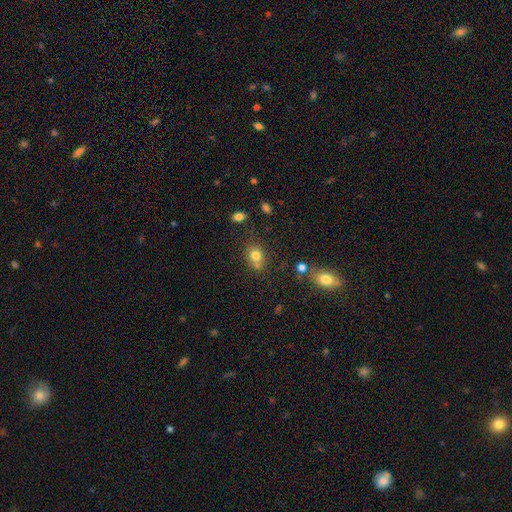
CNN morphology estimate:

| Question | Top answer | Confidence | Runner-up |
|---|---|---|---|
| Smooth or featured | smooth | 77% | star or artifact (13%) |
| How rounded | round | 63% | in between (36%) |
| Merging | none | 57% | merger (22%) |